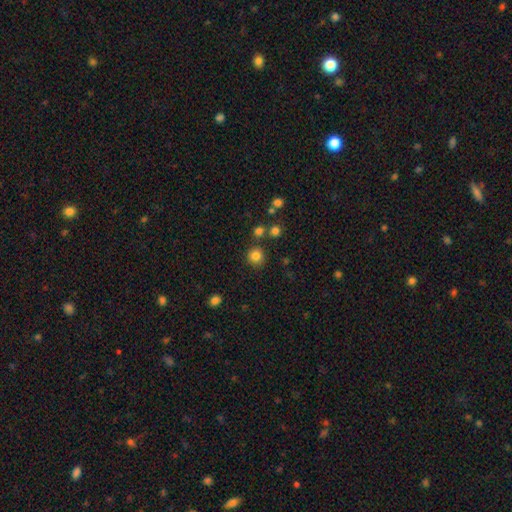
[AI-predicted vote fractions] smooth_or_featured: smooth (p=0.82) [alt: star or artifact p=0.13]
how_rounded: round (p=0.92) [alt: in between p=0.07]
merging: none (p=0.83) [alt: minor disturbance p=0.08]